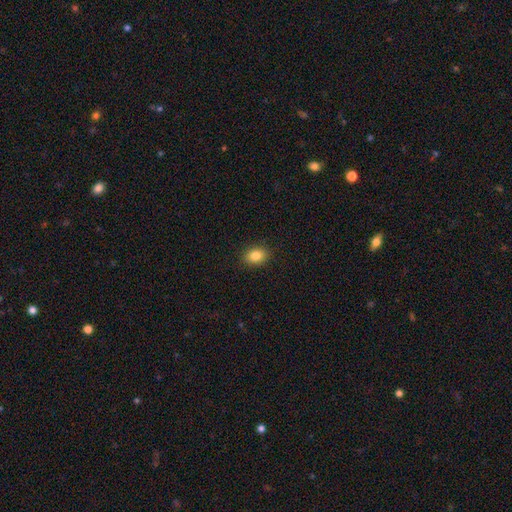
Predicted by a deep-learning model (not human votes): The model was most divided on "how rounded": in between: 64%, round: 35%, cigar-shaped: 1%. More confident: merging — none (89%); smooth or featured — smooth (85%).